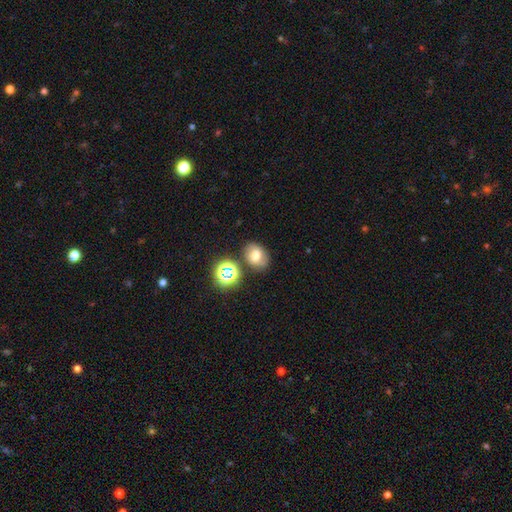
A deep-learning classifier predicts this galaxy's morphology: The model was most divided on "how rounded": in between: 60%, round: 39%, cigar-shaped: 1%. More confident: merging — none (75%); smooth or featured — smooth (67%).